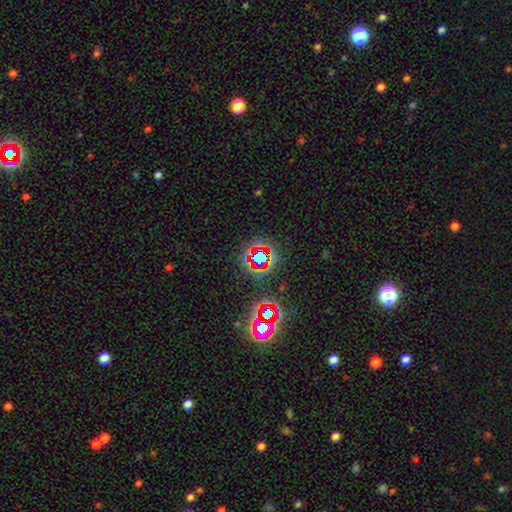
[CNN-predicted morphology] Smooth or featured: star or artifact — 66% (smooth — 22%)